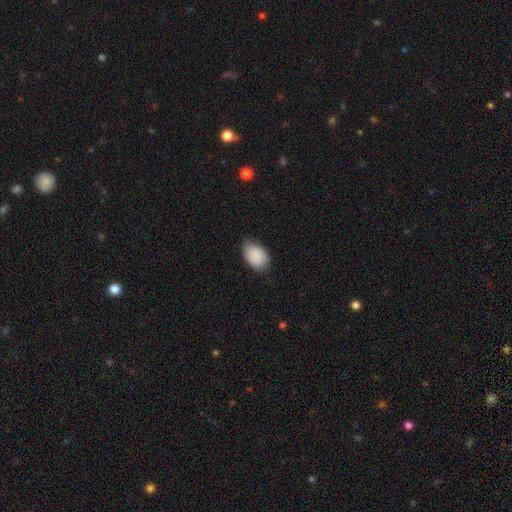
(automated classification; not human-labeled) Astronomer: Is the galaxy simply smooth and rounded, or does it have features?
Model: smooth — 89%.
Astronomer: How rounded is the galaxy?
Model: in between — 87%.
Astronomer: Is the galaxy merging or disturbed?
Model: none — 74%.